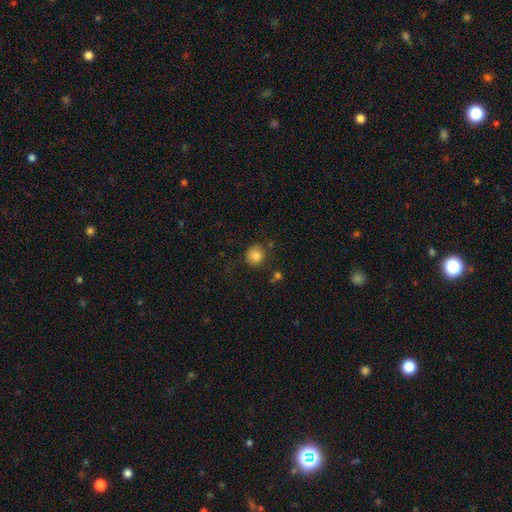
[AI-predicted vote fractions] This appears to be a smooth galaxy with no disk features (84%) that is round (89%). Merging: none (77%).